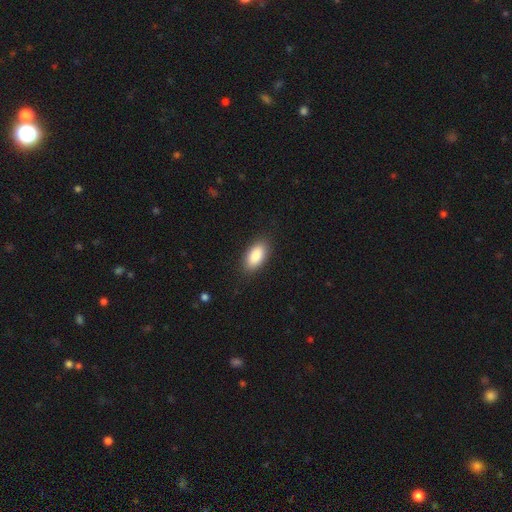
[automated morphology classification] A smooth galaxy with no disk features (89%) that is in between round and cigar-shaped (92%). Merging: none (87%).